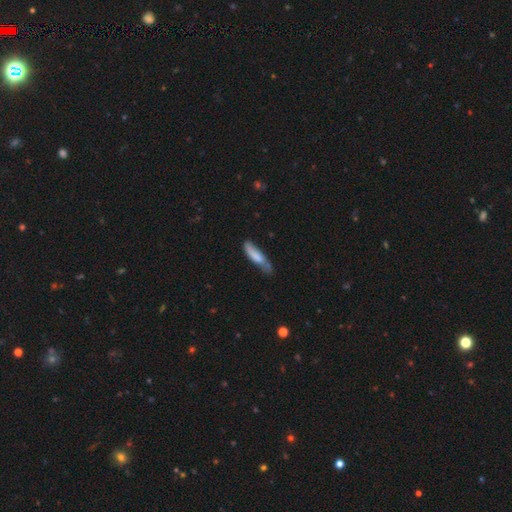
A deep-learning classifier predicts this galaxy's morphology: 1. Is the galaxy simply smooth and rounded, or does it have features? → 71% smooth, 23% featured or disk, 6% star or artifact.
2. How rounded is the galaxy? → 67% cigar-shaped, 31% in between, 2% round.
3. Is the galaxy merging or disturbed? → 48% none, 36% minor disturbance, 11% major disturbance, 5% merger.